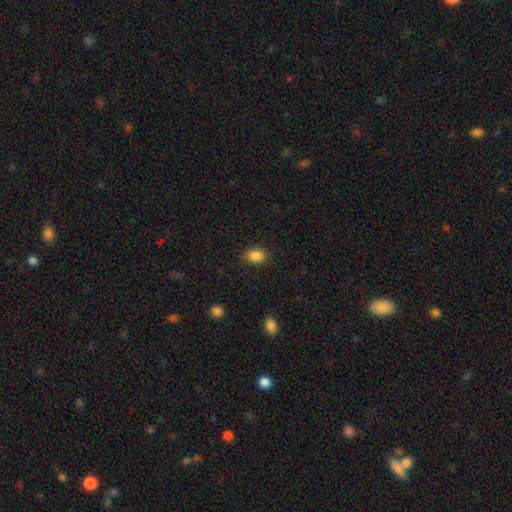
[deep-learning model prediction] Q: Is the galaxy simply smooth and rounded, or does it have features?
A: smooth — 87%.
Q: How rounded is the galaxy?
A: in between — 70%.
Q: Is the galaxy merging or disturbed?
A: none — 86%.